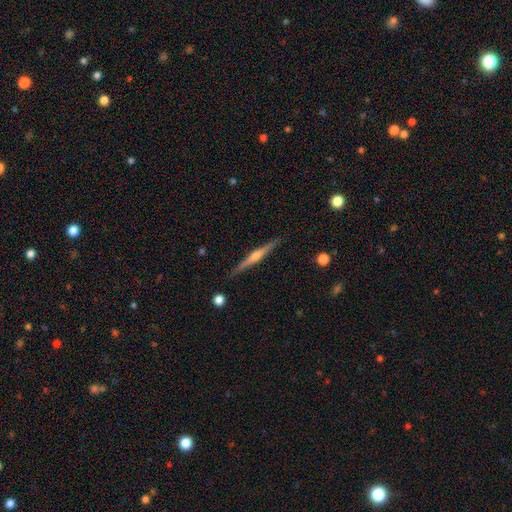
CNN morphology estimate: Overall: featured or disk (78%). Edge-on disk: yes (98%). Edge-on bulge: rounded (88%). Merging: none (90%).